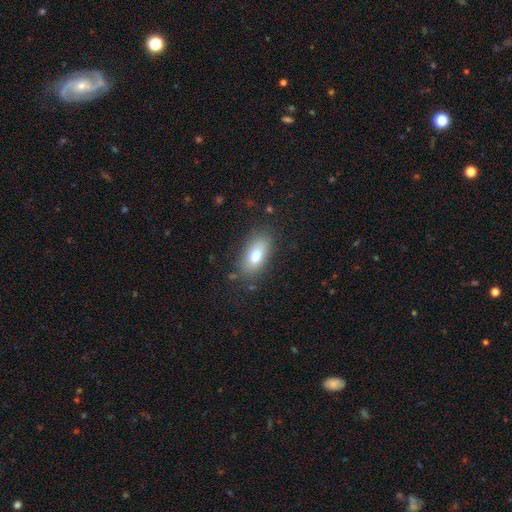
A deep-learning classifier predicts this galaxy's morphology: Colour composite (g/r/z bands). It shows a smooth galaxy with no disk features (78%) that is in between round and cigar-shaped (87%). Merging: none (79%).